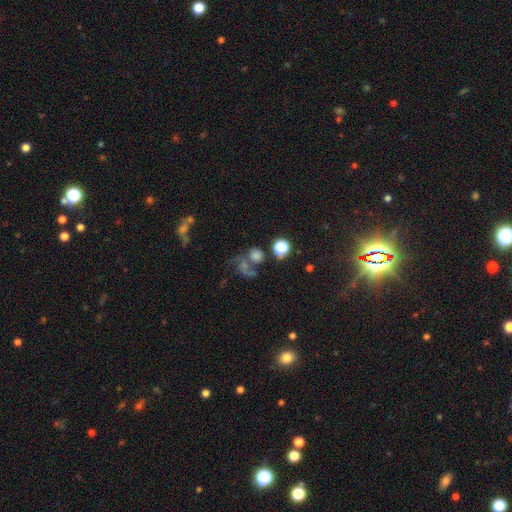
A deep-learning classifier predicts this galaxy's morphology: smooth-or-featured: smooth: 58% | star or artifact: 22% | featured or disk: 20%
  how-rounded: round: 79% | in between: 20% | cigar-shaped: 1%
  merging: none: 41% | merger: 33% | major disturbance: 14% | minor disturbance: 12%